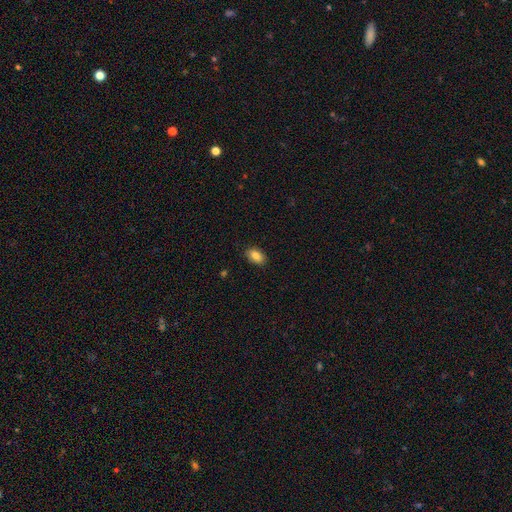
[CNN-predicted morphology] smooth 85%, star or artifact 8%, featured or disk 7%. Down the decision tree: how rounded — in between (90%); merging — none (88%).